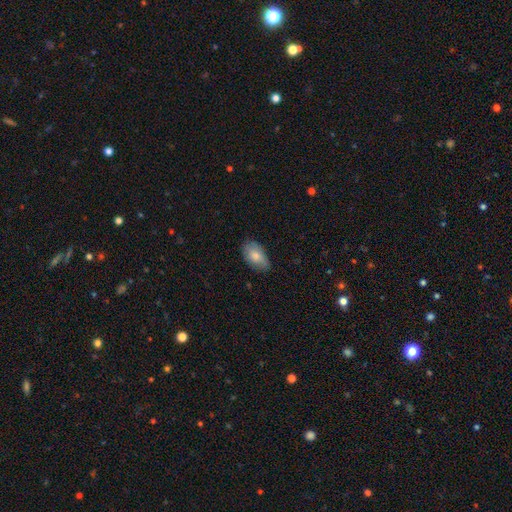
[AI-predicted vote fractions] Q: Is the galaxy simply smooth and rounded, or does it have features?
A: smooth — 77%.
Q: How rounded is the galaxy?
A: in between — 93%.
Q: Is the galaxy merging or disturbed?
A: none — 76%.